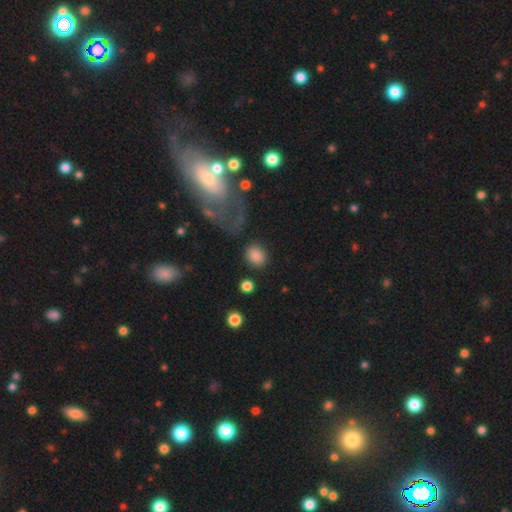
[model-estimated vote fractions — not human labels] Smooth or featured: smooth — 86% (star or artifact — 8%)
How rounded: round — 58% (in between — 40%)
Merging: none — 81% (minor disturbance — 10%)